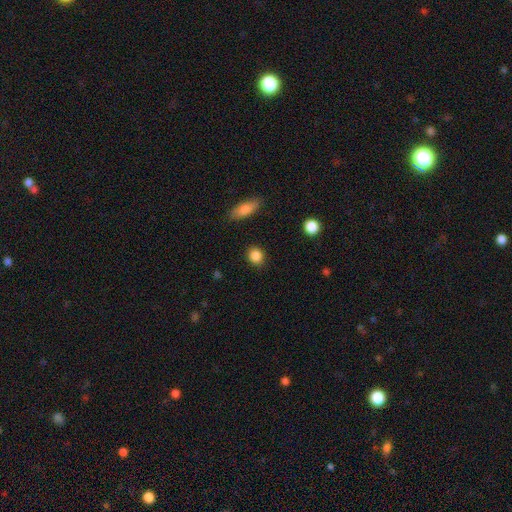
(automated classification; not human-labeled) The model was most divided on "how rounded": round: 71%, in between: 28%, cigar-shaped: 2%. More confident: merging — none (89%); smooth or featured — smooth (87%).